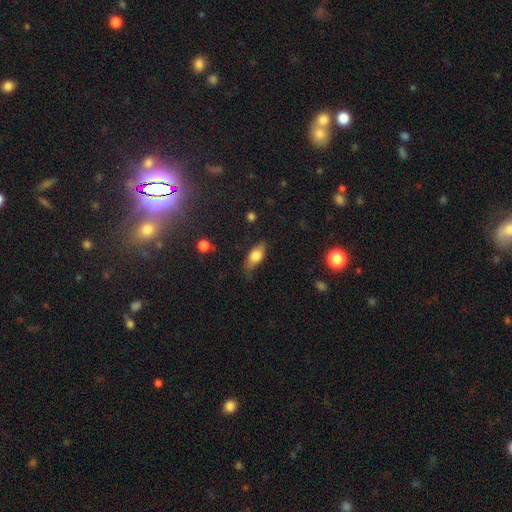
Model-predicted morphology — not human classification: Q: Smooth or featured?
A: smooth (73%); runner-up: featured or disk (20%)
Q: How rounded?
A: in between (83%); runner-up: cigar-shaped (13%)
Q: Merging?
A: none (68%); runner-up: minor disturbance (25%)